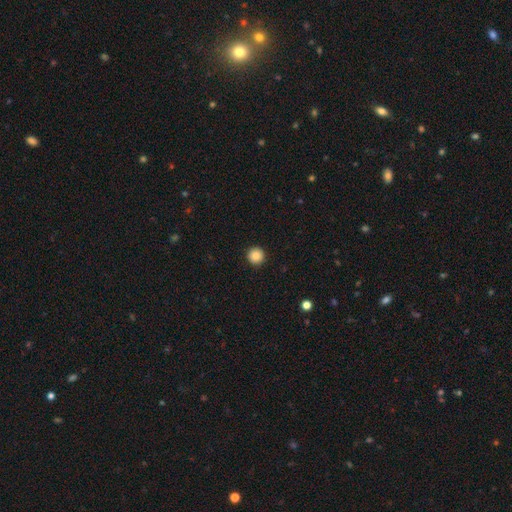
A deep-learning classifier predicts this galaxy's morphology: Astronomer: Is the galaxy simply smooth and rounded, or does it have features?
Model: smooth — 86%.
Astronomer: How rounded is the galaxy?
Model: round — 96%.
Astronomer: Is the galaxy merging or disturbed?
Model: none — 93%.